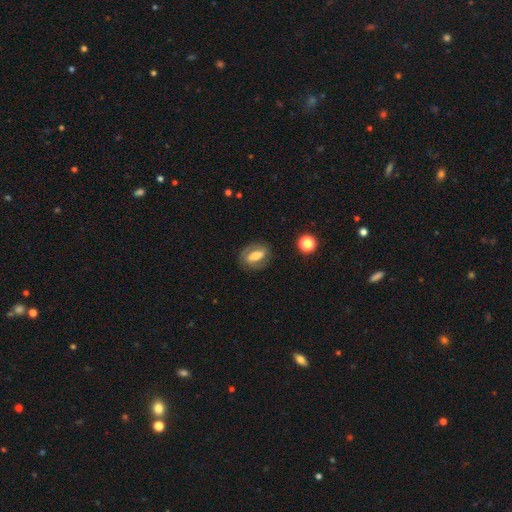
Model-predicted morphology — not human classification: This is possibly a smooth galaxy (47%). Merging: likely none (77%).